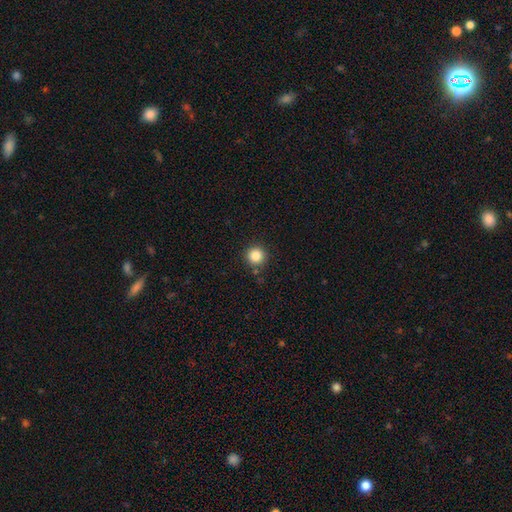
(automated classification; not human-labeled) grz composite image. It shows a smooth galaxy with no disk features (85%) that is round (95%). Merging: none (87%).